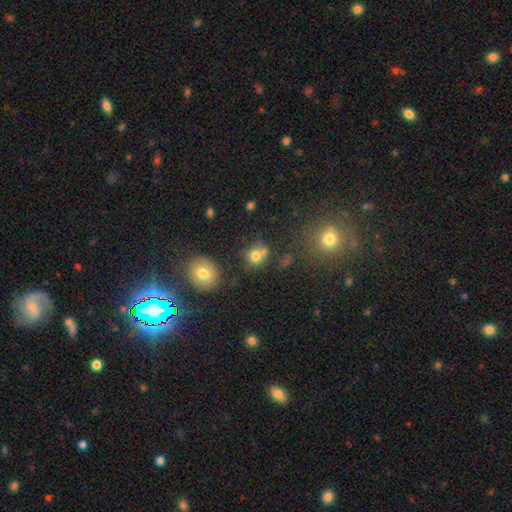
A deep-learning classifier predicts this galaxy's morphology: Smooth or featured: smooth — 75% (star or artifact — 15%)
How rounded: round — 79% (in between — 20%)
Merging: none — 55% (merger — 24%)